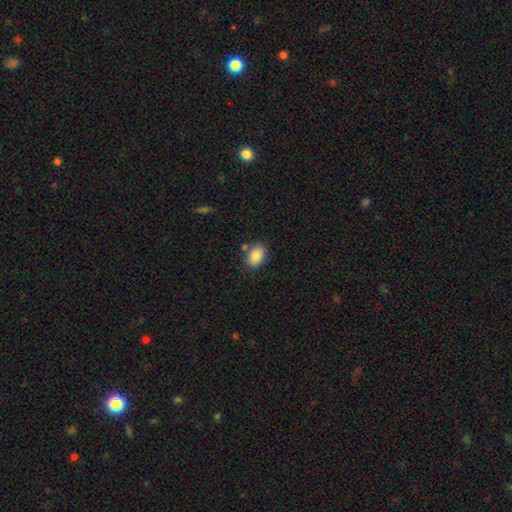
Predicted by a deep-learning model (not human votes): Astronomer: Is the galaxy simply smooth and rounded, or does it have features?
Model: smooth — 86%.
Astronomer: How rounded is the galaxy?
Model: in between — 81%.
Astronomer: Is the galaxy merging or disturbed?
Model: none — 76%.